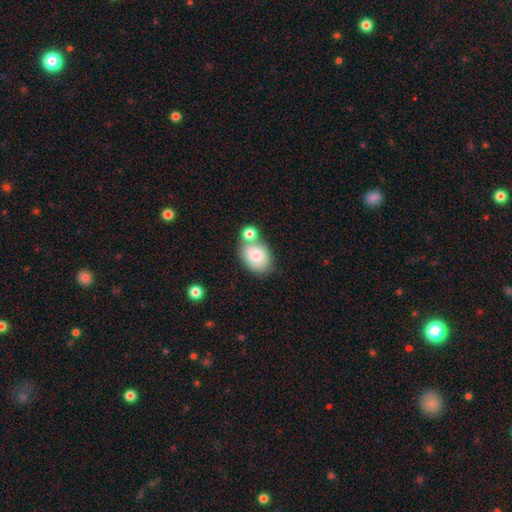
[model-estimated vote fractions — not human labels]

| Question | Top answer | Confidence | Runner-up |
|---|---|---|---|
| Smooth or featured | smooth | 78% | featured or disk (15%) |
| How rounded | in between | 77% | round (22%) |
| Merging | none | 46% | merger (35%) |